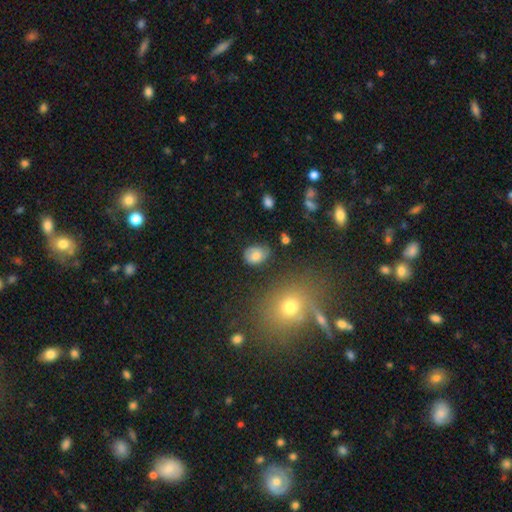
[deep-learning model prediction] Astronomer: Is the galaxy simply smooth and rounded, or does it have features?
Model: smooth — 71%.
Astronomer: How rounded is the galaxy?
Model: in between — 64%.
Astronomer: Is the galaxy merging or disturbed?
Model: none — 62%.